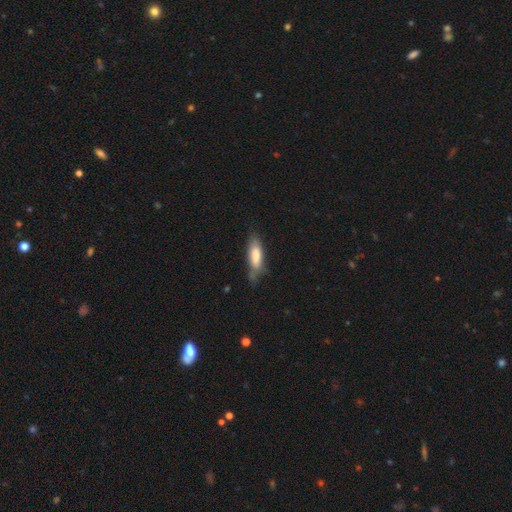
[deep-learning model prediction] Overall: smooth (75%). How rounded: in between (54%; cigar-shaped 44%). Merging: none (55%; minor disturbance 31%).